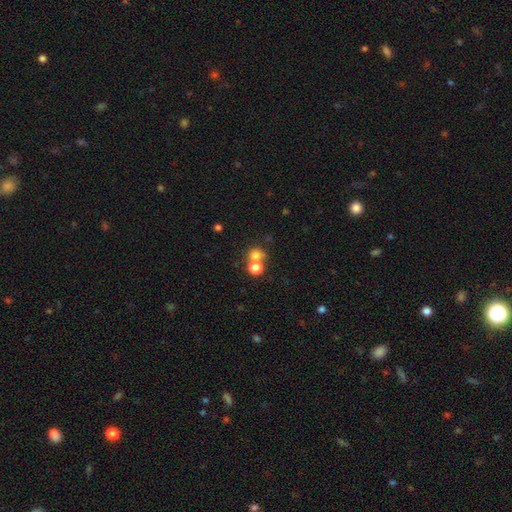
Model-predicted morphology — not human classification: A smooth galaxy with no disk features (76%) that is round (76%).

Vote fractions:
- Smooth or featured? smooth: 76% / star or artifact: 14% / featured or disk: 10%
- How rounded? round: 76% / in between: 23% / cigar-shaped: 1%
- Merging? merger: 47% / none: 43% / minor disturbance: 7% / major disturbance: 4%